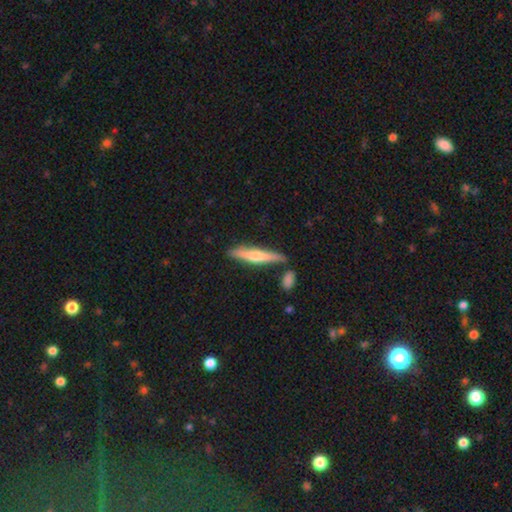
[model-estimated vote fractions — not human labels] This appears to be a smooth galaxy with no disk features (50%) that is cigar-shaped (88%). Merging: none (76%).